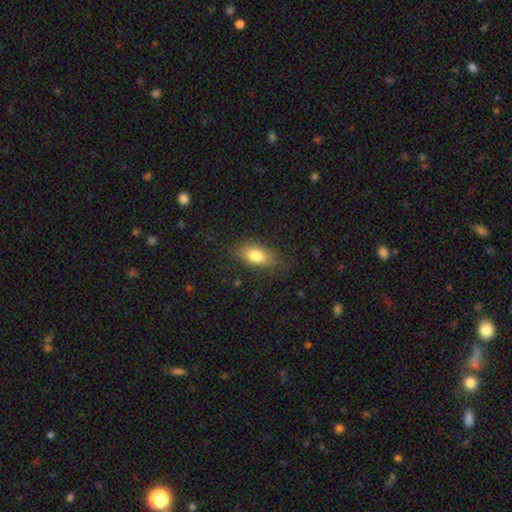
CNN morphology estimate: Q: Smooth or featured?
A: smooth (80%); runner-up: featured or disk (12%)
Q: How rounded?
A: in between (87%); runner-up: cigar-shaped (7%)
Q: Merging?
A: none (78%); runner-up: minor disturbance (15%)